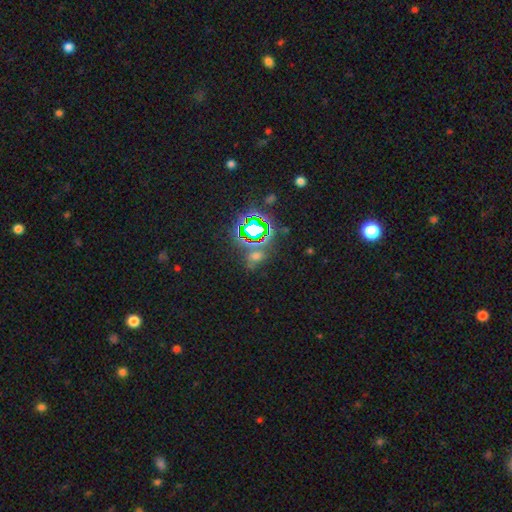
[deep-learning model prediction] This appears to be a star or artifact, not a galaxy (60%).